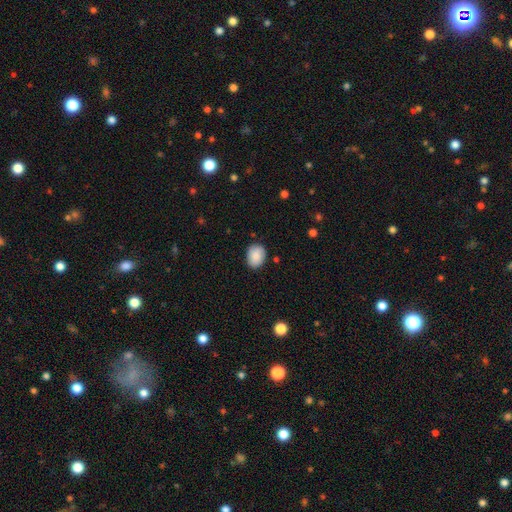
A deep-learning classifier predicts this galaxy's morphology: smooth_or_featured: smooth (p=0.87) [alt: star or artifact p=0.07]
how_rounded: in between (p=0.63) [alt: round p=0.36]
merging: none (p=0.83) [alt: minor disturbance p=0.13]